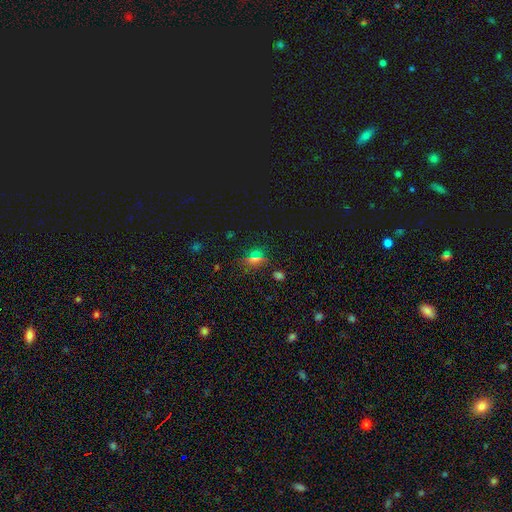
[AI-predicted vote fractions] A smooth galaxy with no disk features (52%) that is round (50%). Merging: none (82%).